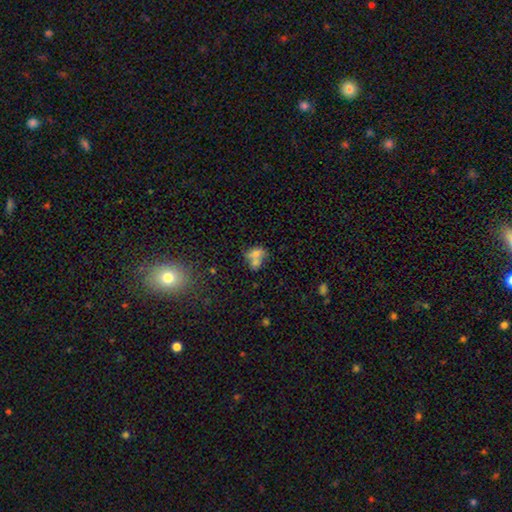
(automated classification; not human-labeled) This is likely a smooth galaxy (63%). How rounded: likely in between (66%). Merging: possibly merger (57%).